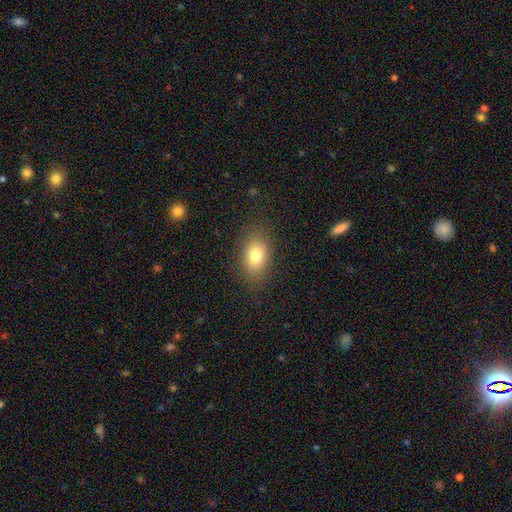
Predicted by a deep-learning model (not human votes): Smooth or featured?
  - smooth: 79% *
  - featured or disk: 11%
  - star or artifact: 9%
How rounded?
  - in between: 84% *
  - round: 14%
  - cigar-shaped: 2%
Merging?
  - none: 83% *
  - minor disturbance: 11%
  - major disturbance: 4%
  - merger: 1%